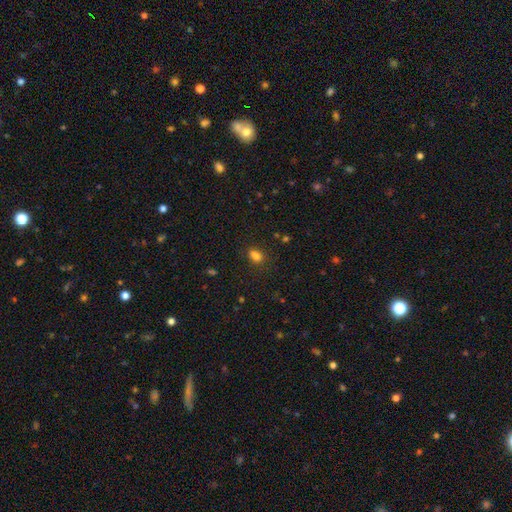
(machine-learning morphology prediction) Smooth or featured? Predicted: smooth (p=0.78). How rounded? Predicted: in between (p=0.76). Merging? Predicted: none (p=0.73).